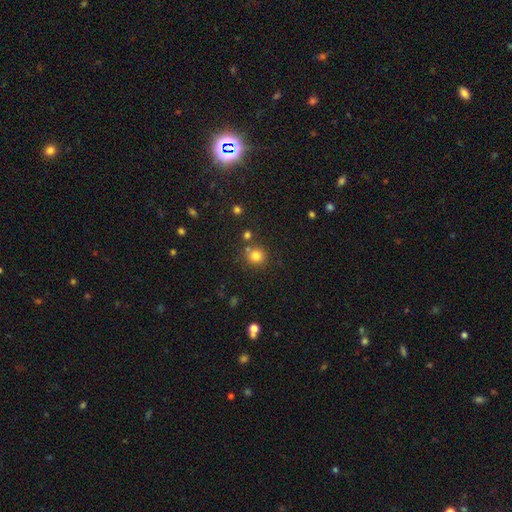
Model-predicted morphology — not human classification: Q: Smooth or featured?
A: smooth (80%); runner-up: star or artifact (13%)
Q: How rounded?
A: round (90%); runner-up: in between (9%)
Q: Merging?
A: none (75%); runner-up: merger (13%)